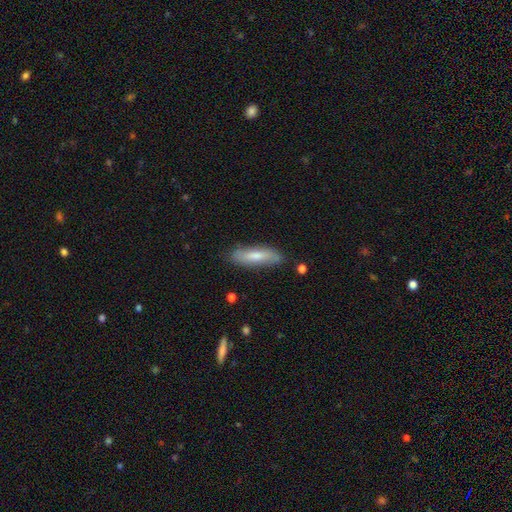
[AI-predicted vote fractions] Smooth or featured: smooth — 64% (featured or disk — 30%)
How rounded: cigar-shaped — 67% (in between — 32%)
Merging: none — 82% (minor disturbance — 14%)